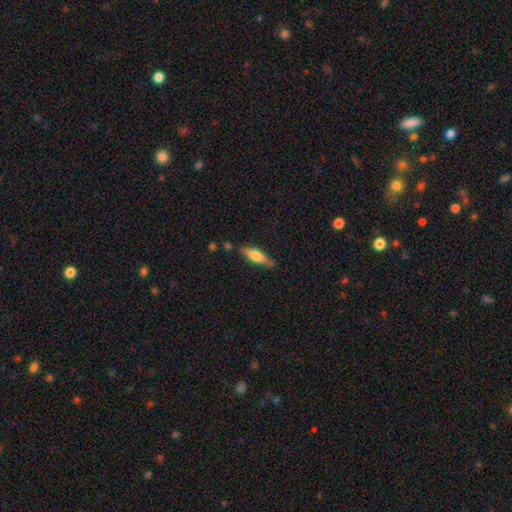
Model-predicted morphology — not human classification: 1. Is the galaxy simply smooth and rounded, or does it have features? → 63% smooth, 31% featured or disk, 6% star or artifact.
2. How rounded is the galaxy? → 52% cigar-shaped, 46% in between, 2% round.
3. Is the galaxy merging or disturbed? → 73% none, 20% minor disturbance, 4% major disturbance, 3% merger.